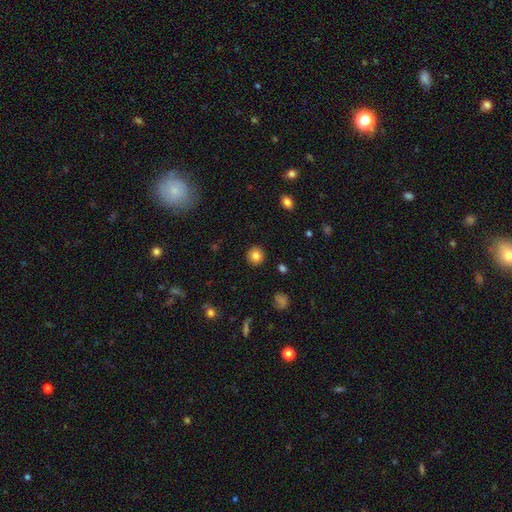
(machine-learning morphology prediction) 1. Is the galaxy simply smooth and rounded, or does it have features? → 83% smooth, 10% star or artifact, 7% featured or disk.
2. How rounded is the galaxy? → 92% round, 7% in between, 1% cigar-shaped.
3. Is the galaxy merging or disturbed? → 92% none, 5% minor disturbance, 2% major disturbance, 1% merger.